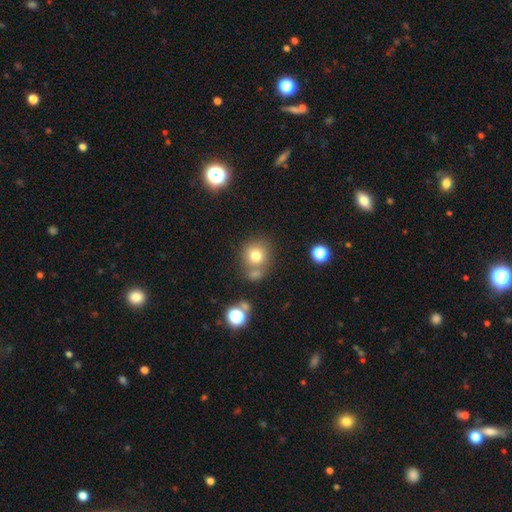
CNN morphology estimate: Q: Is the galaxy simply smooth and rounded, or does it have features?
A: smooth — 76%.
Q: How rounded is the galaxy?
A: round — 86%.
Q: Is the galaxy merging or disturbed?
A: none — 62%.